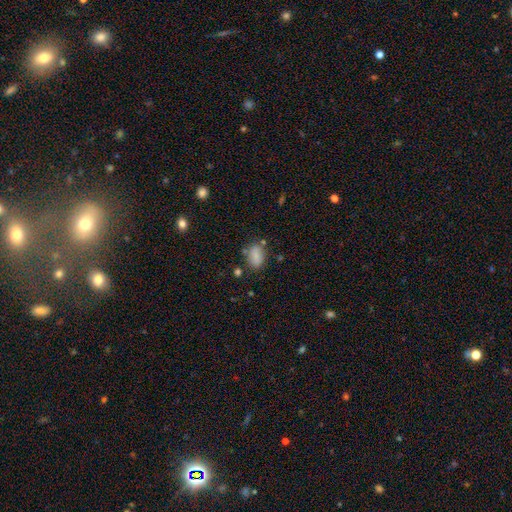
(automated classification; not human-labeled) Smooth or featured? smooth (80%)
How rounded? in between (87%)
Merging? none (69%)